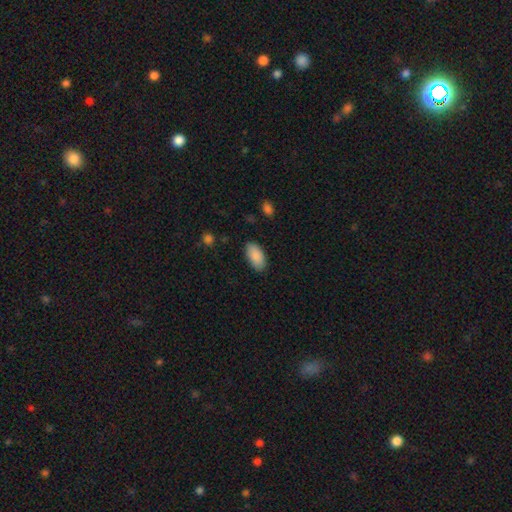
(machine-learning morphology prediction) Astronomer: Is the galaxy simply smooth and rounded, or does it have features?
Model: smooth — 89%.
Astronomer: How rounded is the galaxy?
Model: in between — 94%.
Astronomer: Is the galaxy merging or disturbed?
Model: none — 86%.